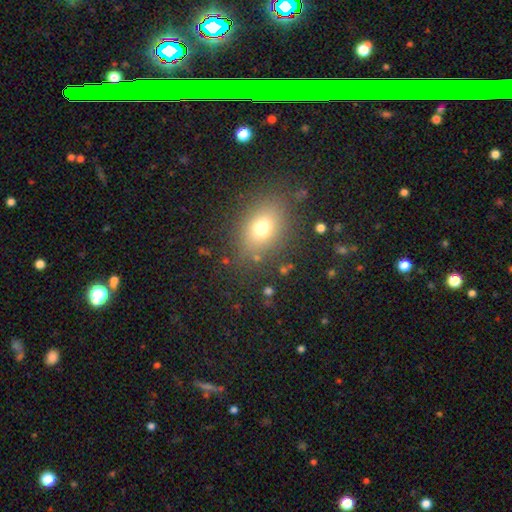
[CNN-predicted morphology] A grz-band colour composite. It shows a smooth galaxy with no disk features (71%) that is in between round and cigar-shaped (65%). Merging: none (84%).